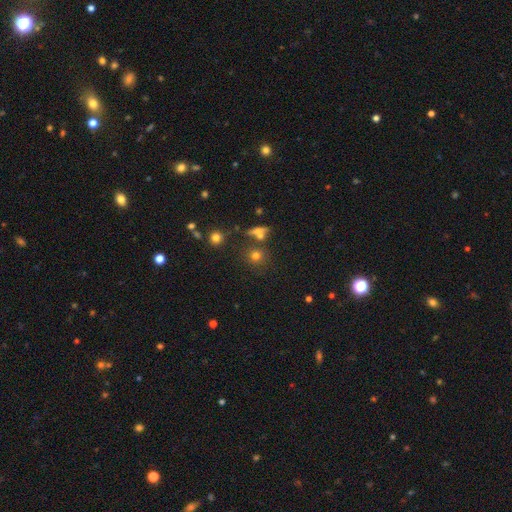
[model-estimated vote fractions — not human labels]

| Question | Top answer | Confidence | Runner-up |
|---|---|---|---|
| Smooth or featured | smooth | 70% | star or artifact (19%) |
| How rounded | round | 87% | in between (11%) |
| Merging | none | 70% | merger (16%) |